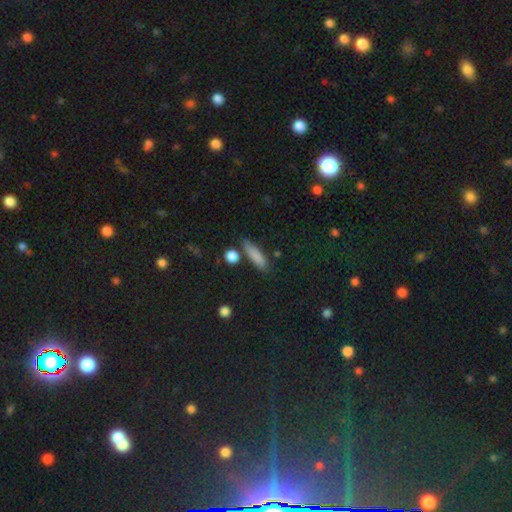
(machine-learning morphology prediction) smooth-or-featured: smooth: 82% | featured or disk: 10% | star or artifact: 8%
  how-rounded: cigar-shaped: 62% | in between: 34% | round: 4%
  merging: none: 74% | minor disturbance: 16% | merger: 6% | major disturbance: 4%